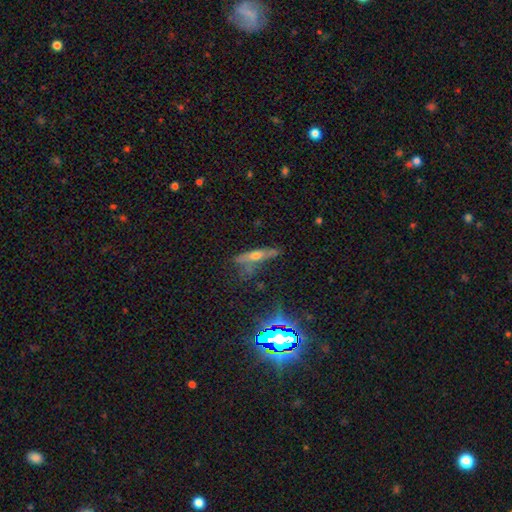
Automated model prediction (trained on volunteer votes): Overall: featured or disk (46%; smooth 38%). Merging: none (58%; minor disturbance 25%).